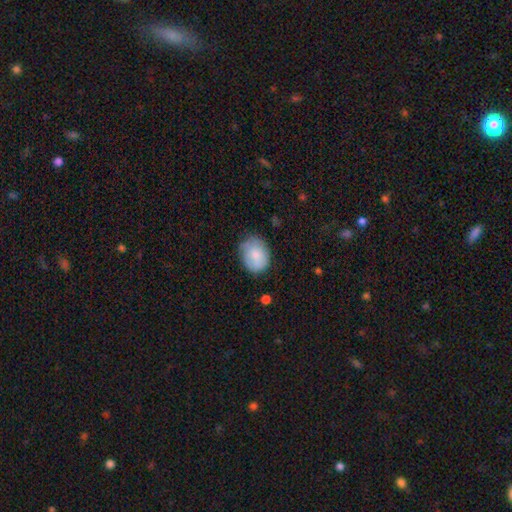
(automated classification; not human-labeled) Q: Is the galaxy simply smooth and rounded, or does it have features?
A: smooth — 76%.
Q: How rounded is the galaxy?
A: in between — 54%.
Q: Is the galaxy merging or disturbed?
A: none — 61%.